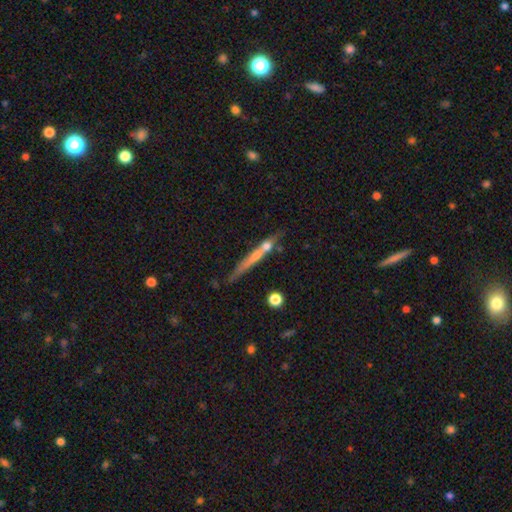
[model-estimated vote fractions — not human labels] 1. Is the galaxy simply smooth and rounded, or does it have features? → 52% featured or disk, 40% smooth, 9% star or artifact.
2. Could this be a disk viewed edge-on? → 91% yes, 9% no.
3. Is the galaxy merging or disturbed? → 67% none, 15% minor disturbance, 13% merger, 5% major disturbance.